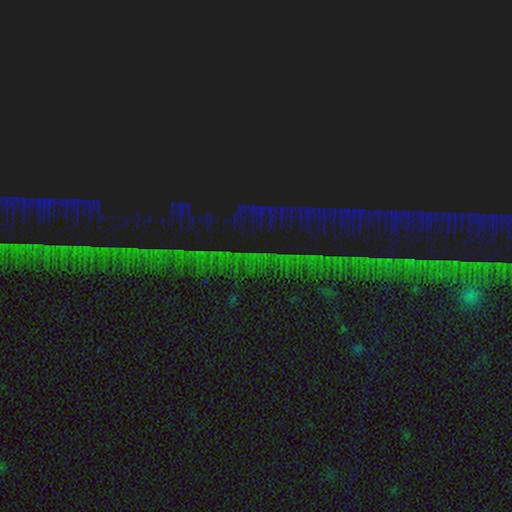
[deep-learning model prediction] Smooth or featured? Predicted: star or artifact (p=0.83).